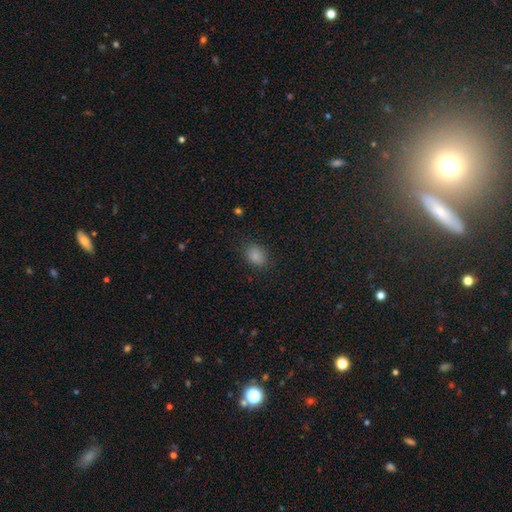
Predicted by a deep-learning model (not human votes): The model was most divided on "how rounded": in between: 68%, round: 31%, cigar-shaped: 1%. More confident: smooth or featured — smooth (86%); merging — none (82%).